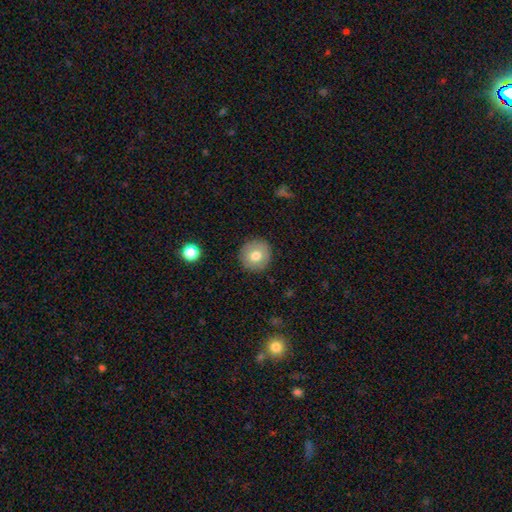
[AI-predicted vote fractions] smooth-or-featured: smooth: 76% | featured or disk: 15% | star or artifact: 9%
  how-rounded: round: 94% | in between: 5% | cigar-shaped: 1%
  merging: none: 91% | minor disturbance: 6% | major disturbance: 2% | merger: 1%